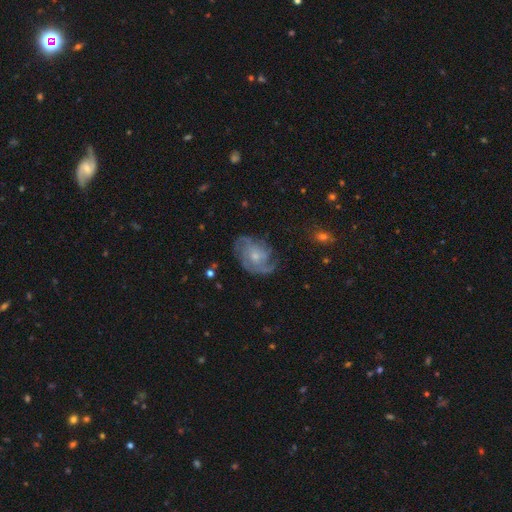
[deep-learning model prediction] The model was most divided on "spiral arm count": can't tell: 29%, 2: 26%, 3: 23%, 4: 9%, 1: 7%, more than 4: 6%. Remaining: edge-on disk — no (97%); spiral arms — yes (93%); smooth or featured — featured or disk (80%); bar — no (73%); merging — none (67%); bulge size — small (59%); spiral winding — tight (44%).